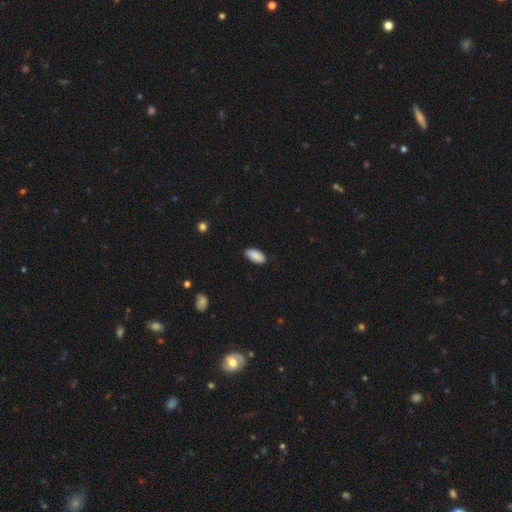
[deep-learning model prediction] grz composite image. It shows a smooth galaxy with no disk features (90%) that is in between round and cigar-shaped (92%). Merging: none (83%).